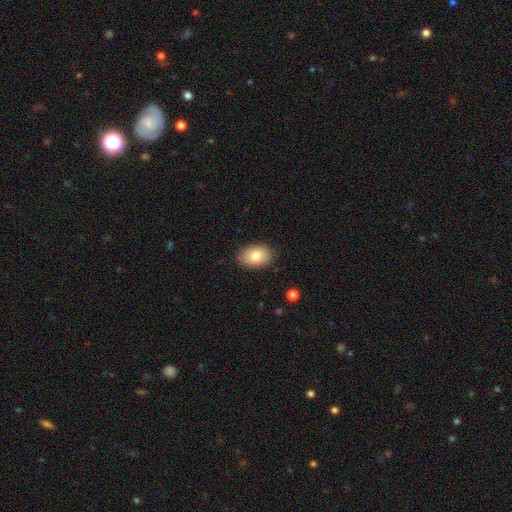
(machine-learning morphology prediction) smooth-or-featured: smooth: 82% | featured or disk: 10% | star or artifact: 7%
  how-rounded: in between: 85% | round: 14% | cigar-shaped: 1%
  merging: none: 87% | minor disturbance: 10% | major disturbance: 2% | merger: 1%